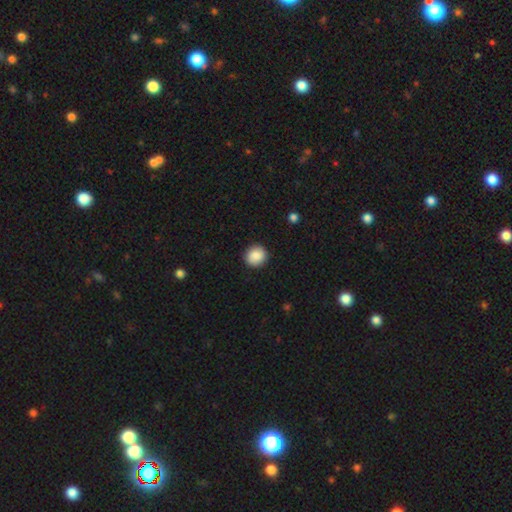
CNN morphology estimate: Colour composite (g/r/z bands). It shows a smooth galaxy with no disk features (88%) that is round (87%). Merging: none (90%).